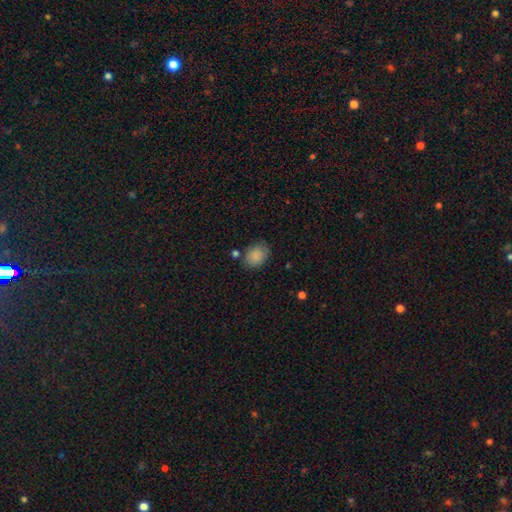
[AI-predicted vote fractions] A smooth galaxy with no disk features (87%) that is in between round and cigar-shaped (64%).

Vote fractions:
- Smooth or featured? smooth: 87% / star or artifact: 8% / featured or disk: 5%
- How rounded? in between: 64% / round: 35% / cigar-shaped: 1%
- Merging? none: 75% / minor disturbance: 16% / merger: 5% / major disturbance: 4%